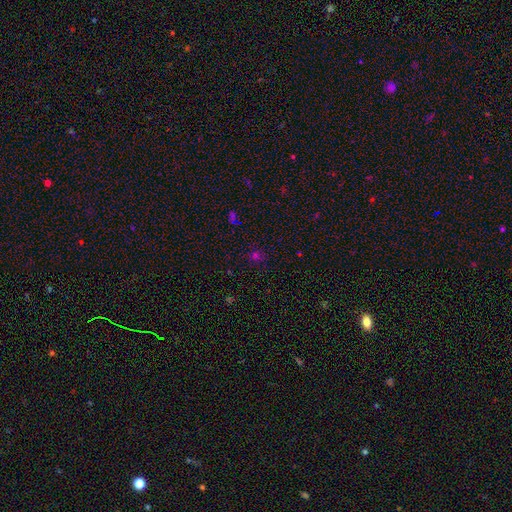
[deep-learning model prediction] A smooth galaxy with no disk features (54%) that is round (85%). Merging: none (81%).